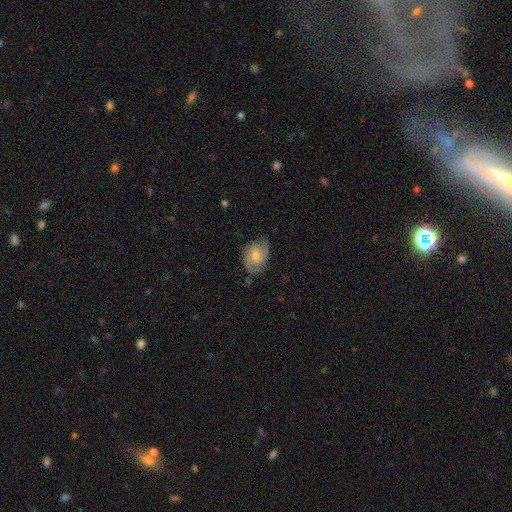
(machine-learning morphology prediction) smooth-or-featured: featured or disk: 54% | smooth: 39% | star or artifact: 7%
  disk-edge-on: no: 96% | yes: 4%
    bar: no: 50% | weak: 43% | strong: 8%
    has-spiral-arms: yes: 85% | no: 15%
    bulge-size: moderate: 53% | small: 32% | large: 7% | none: 7% | dominant: 1%
  merging: none: 69% | minor disturbance: 23% | major disturbance: 6% | merger: 2%